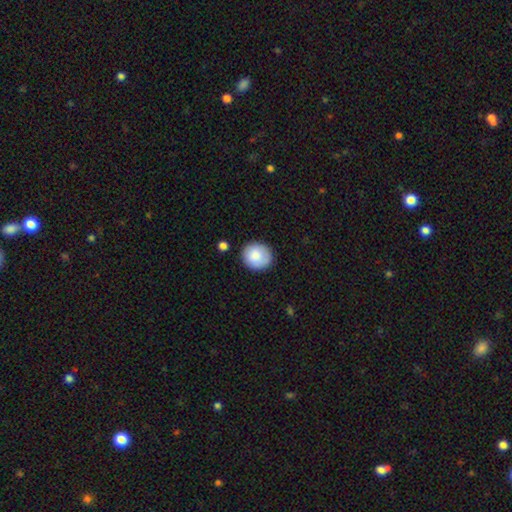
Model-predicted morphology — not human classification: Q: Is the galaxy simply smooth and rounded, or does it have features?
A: smooth — 86%.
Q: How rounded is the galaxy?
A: round — 86%.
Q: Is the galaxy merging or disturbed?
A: none — 84%.